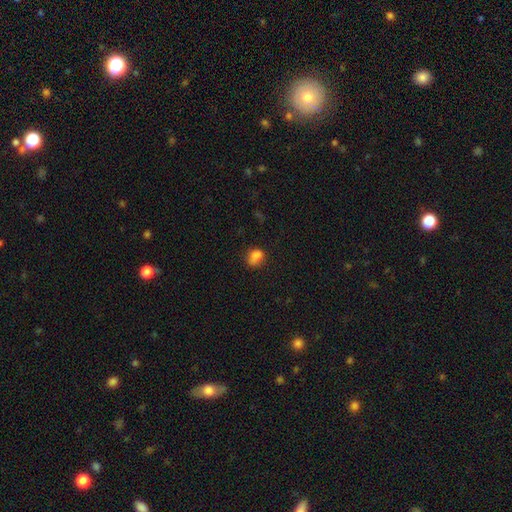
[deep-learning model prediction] This is likely a smooth galaxy (79%). How rounded: possibly in between (57%). Merging: possibly none (48%).